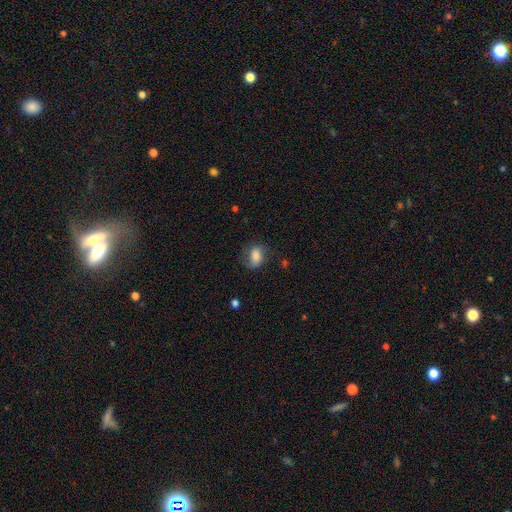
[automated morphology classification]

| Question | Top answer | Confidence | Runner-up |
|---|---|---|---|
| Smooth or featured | smooth | 70% | featured or disk (21%) |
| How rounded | in between | 76% | round (22%) |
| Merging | none | 55% | minor disturbance (28%) |